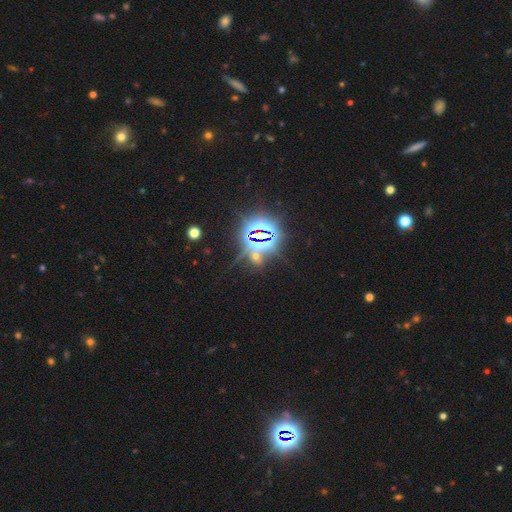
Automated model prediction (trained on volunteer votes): Smooth or featured? Predicted: star or artifact (p=0.84).